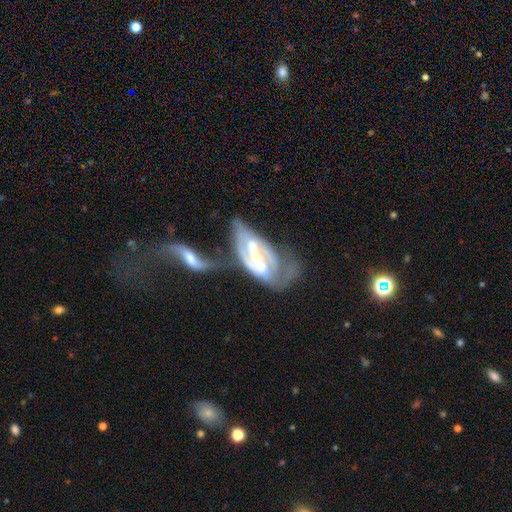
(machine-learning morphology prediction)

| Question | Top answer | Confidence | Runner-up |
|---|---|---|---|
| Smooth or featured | featured or disk | 79% | smooth (13%) |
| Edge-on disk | no | 92% | yes (8%) |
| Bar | strong | 45% | weak (33%) |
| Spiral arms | yes | 77% | no (23%) |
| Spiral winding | medium | 38% | loose (35%) |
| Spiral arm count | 2 | 61% | can't tell (22%) |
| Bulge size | small | 39% | moderate (31%) |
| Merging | merger | 43% | major disturbance (26%) |